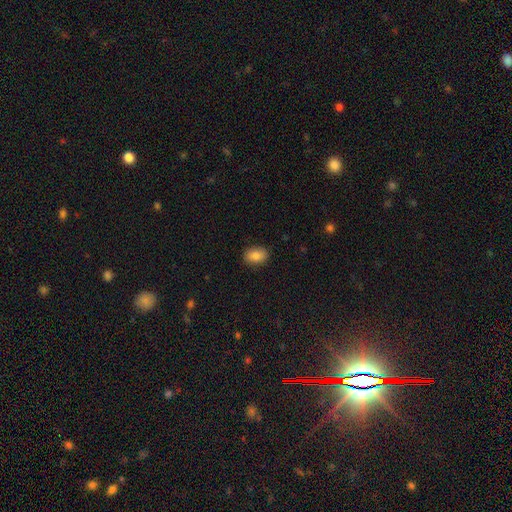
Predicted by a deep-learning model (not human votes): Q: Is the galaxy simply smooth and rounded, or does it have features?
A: smooth — 85%.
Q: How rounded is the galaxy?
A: in between — 84%.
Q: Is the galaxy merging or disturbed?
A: none — 88%.